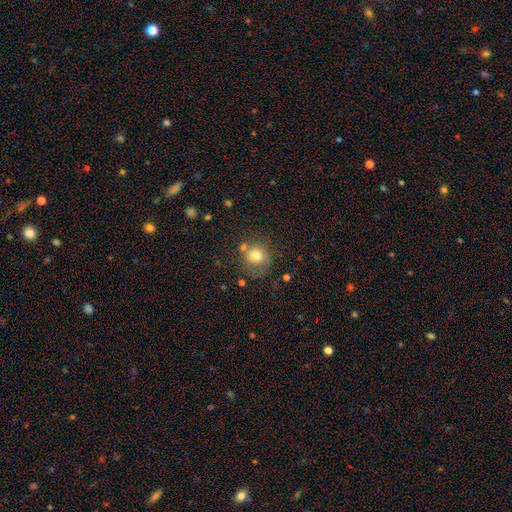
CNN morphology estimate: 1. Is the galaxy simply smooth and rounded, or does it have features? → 75% smooth, 13% featured or disk, 11% star or artifact.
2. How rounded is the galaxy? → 83% round, 16% in between, 1% cigar-shaped.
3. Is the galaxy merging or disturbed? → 58% none, 20% minor disturbance, 12% merger, 11% major disturbance.